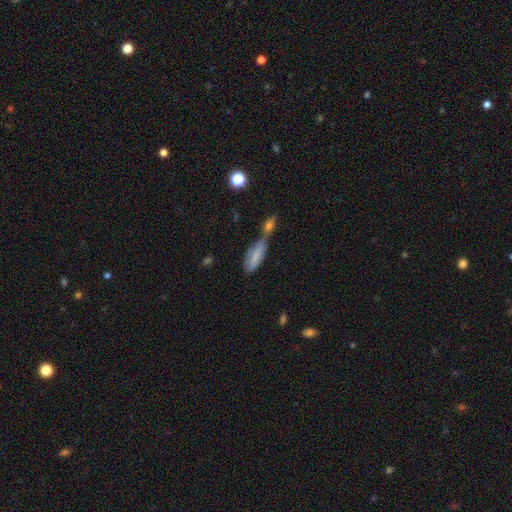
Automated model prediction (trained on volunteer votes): This appears to be a smooth galaxy with no disk features (73%) that is in between round and cigar-shaped (65%). Merging: merger (56%).